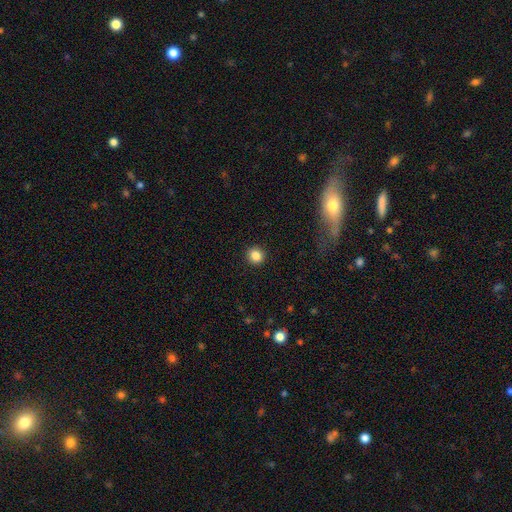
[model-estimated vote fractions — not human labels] A smooth galaxy with no disk features (85%) that is round (91%). Merging: none (92%).